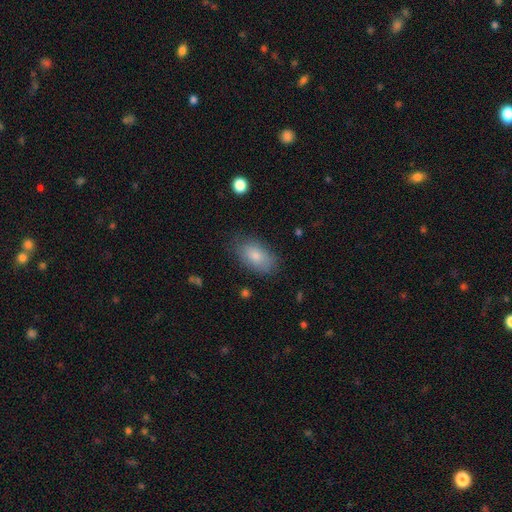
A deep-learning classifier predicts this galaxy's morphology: Overall: smooth (80%). How rounded: in between (92%). Merging: none (77%).